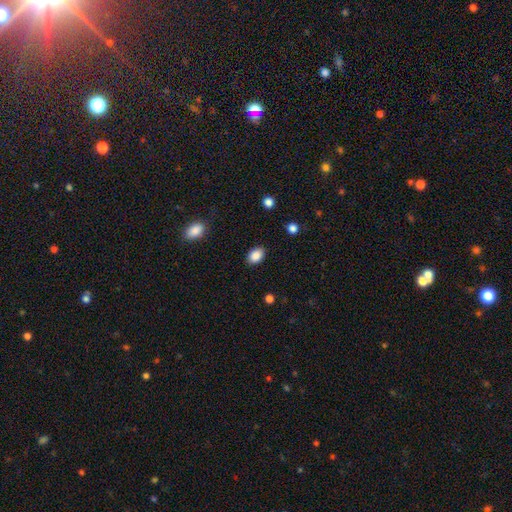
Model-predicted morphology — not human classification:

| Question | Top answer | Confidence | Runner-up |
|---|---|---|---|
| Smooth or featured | smooth | 88% | star or artifact (8%) |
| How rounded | in between | 81% | round (18%) |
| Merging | none | 87% | minor disturbance (9%) |